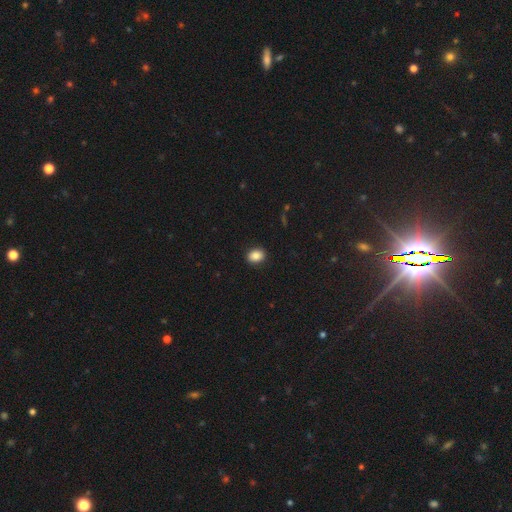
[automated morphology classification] Smooth or featured: smooth — 86% (star or artifact — 9%)
How rounded: in between — 57% (round — 42%)
Merging: none — 90% (minor disturbance — 7%)